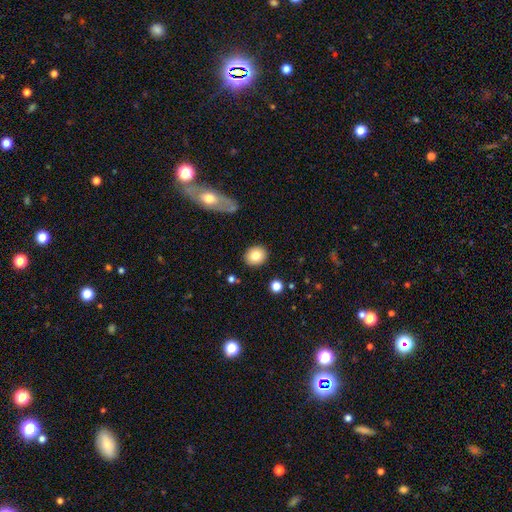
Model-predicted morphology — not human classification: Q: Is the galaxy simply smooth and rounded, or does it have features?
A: smooth — 81%.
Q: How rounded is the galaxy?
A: round — 75%.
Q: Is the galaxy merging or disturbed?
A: none — 89%.